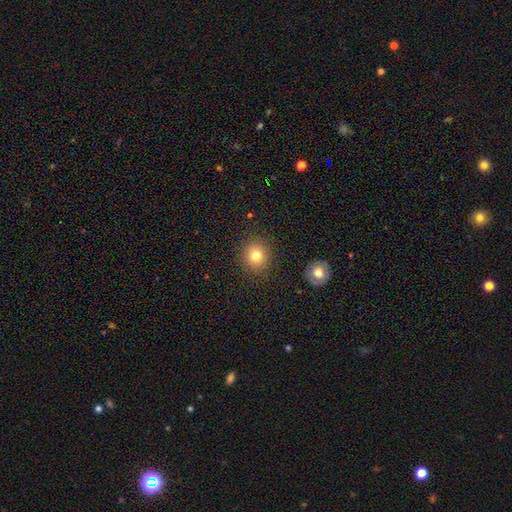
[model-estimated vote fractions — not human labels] smooth_or_featured: smooth (p=0.78) [alt: star or artifact p=0.13]
how_rounded: round (p=0.87) [alt: in between p=0.12]
merging: none (p=0.88) [alt: minor disturbance p=0.07]